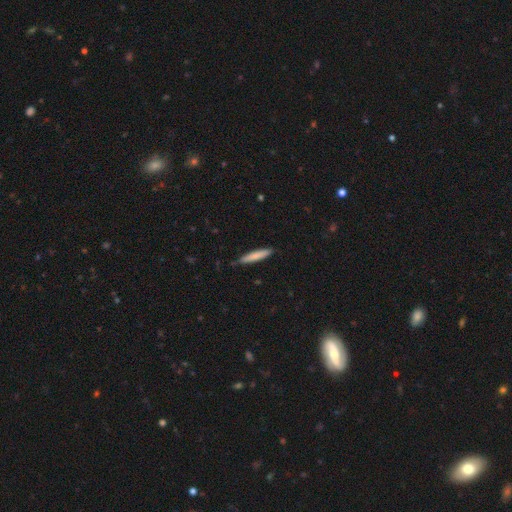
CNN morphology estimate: This appears to be a smooth galaxy with no disk features (79%) that is cigar-shaped (92%). Merging: none (85%).